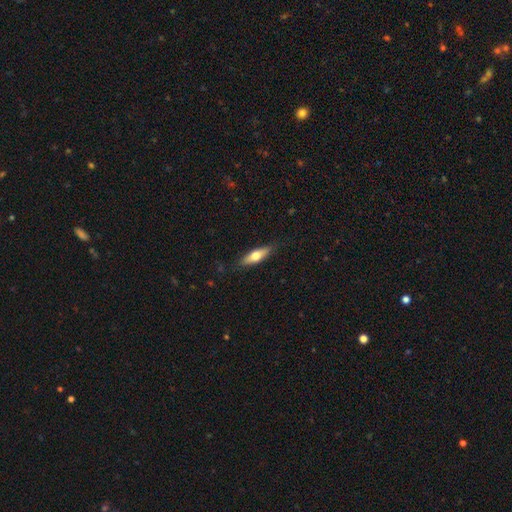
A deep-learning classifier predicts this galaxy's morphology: Smooth or featured? Predicted: smooth (p=0.59). How rounded? Predicted: cigar-shaped (p=0.56). Merging? Predicted: none (p=0.85).